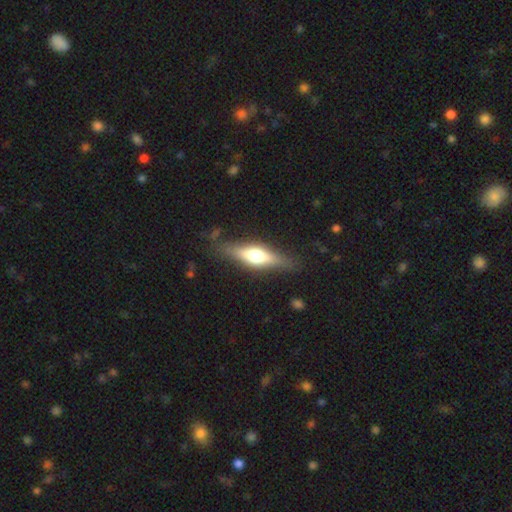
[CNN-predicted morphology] A featured or disk galaxy (55%) viewed edge-on (91%). Merging: none (82%).